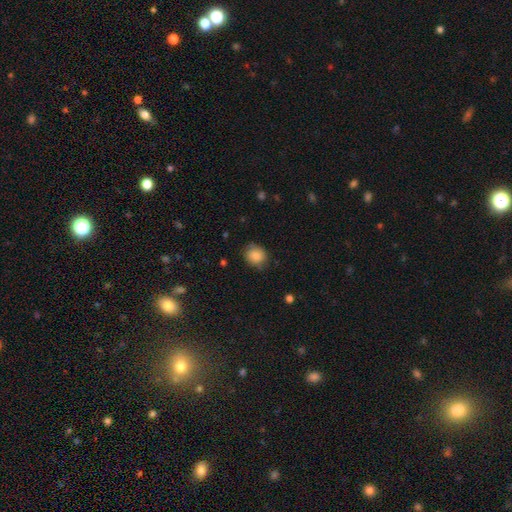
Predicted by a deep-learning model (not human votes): This appears to be a smooth galaxy with no disk features (85%) that is round (74%). Merging: none (74%).